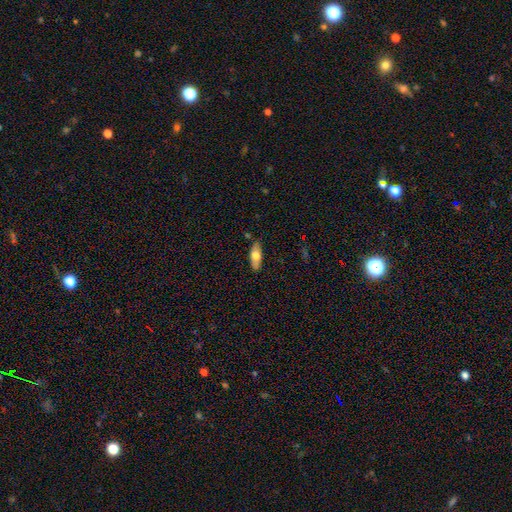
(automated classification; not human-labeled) smooth_or_featured: smooth (p=0.64) [alt: featured or disk p=0.30]
how_rounded: in between (p=0.71) [alt: cigar-shaped p=0.26]
merging: none (p=0.84) [alt: minor disturbance p=0.12]